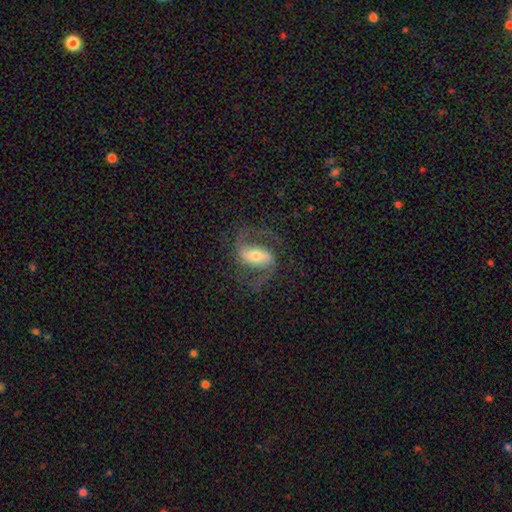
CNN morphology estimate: type=featured or disk (82%); edge-on=no (96%); bar=strong (50%); spiral arms=yes (94%); winding=medium (55%); arm count=2 (90%); bulge=moderate (60%); merging=none (71%).